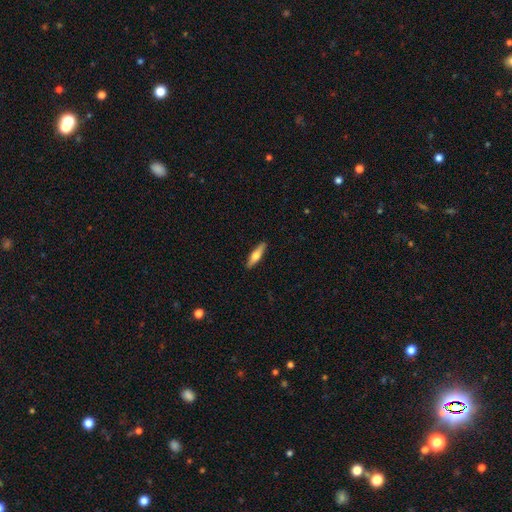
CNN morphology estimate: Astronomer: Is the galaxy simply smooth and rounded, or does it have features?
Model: smooth — 54% (runner-up: featured or disk, 41%).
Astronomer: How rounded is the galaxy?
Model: cigar-shaped — 70%.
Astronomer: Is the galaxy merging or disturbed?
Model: none — 90%.